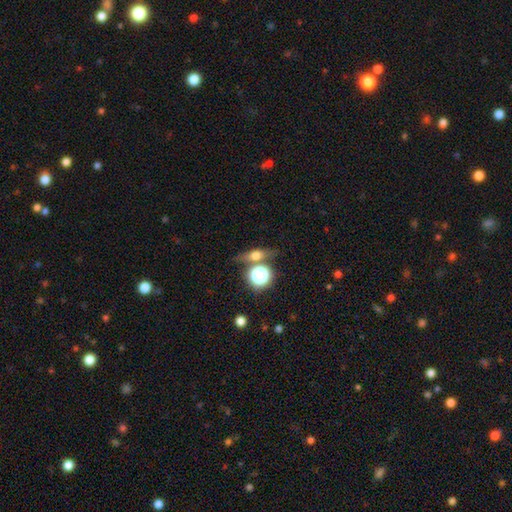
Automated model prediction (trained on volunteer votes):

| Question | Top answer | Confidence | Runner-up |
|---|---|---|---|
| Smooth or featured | smooth | 54% | featured or disk (28%) |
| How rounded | round | 38% | in between (36%) |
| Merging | none | 68% | merger (14%) |